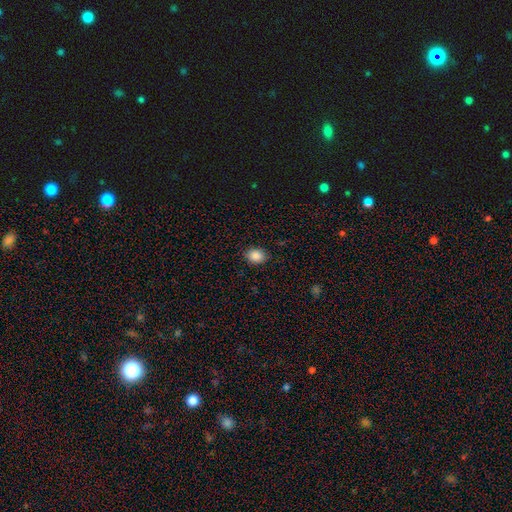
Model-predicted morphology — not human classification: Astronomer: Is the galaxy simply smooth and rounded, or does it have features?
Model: smooth — 87%.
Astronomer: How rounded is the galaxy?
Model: in between — 56% (runner-up: round, 43%).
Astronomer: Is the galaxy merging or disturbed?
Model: none — 87%.